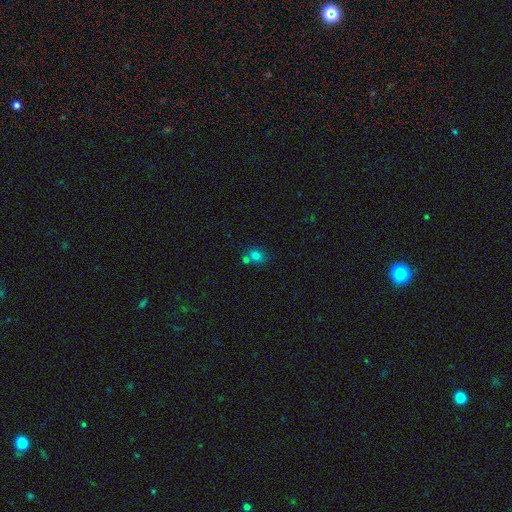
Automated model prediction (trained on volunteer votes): smooth_or_featured: smooth (p=0.76) [alt: star or artifact p=0.16]
how_rounded: round (p=0.63) [alt: in between p=0.36]
merging: none (p=0.56) [alt: merger p=0.30]